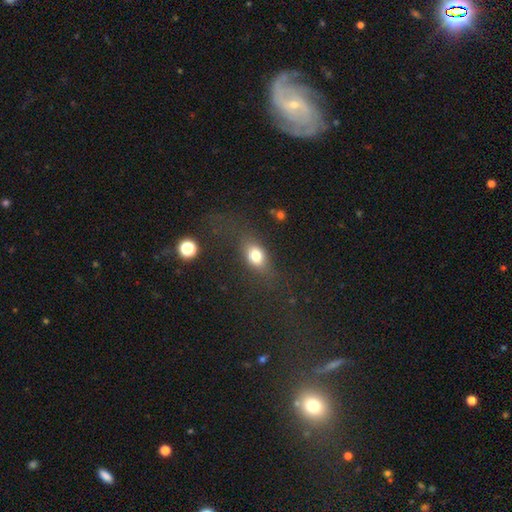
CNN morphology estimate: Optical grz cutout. It shows a smooth galaxy with no disk features (74%) that is in between round and cigar-shaped (71%). Merging: none (68%).